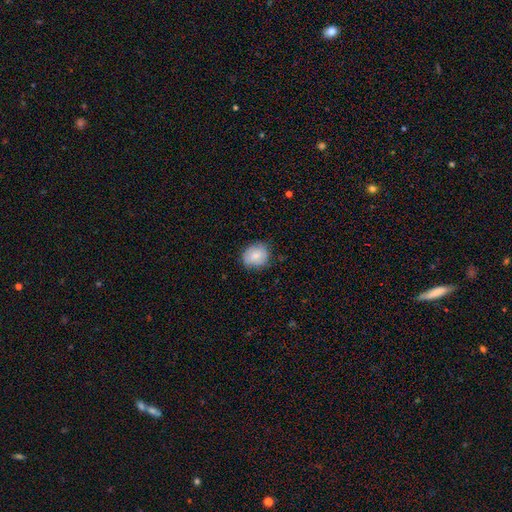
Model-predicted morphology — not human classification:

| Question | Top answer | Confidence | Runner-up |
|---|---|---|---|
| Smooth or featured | smooth | 80% | featured or disk (12%) |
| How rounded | round | 69% | in between (30%) |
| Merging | none | 76% | minor disturbance (19%) |